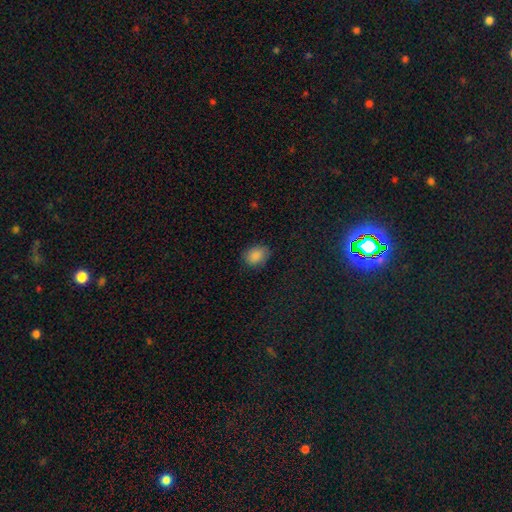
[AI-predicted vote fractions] Q: Smooth or featured?
A: smooth (87%); runner-up: star or artifact (9%)
Q: How rounded?
A: in between (68%); runner-up: round (31%)
Q: Merging?
A: none (81%); runner-up: minor disturbance (14%)